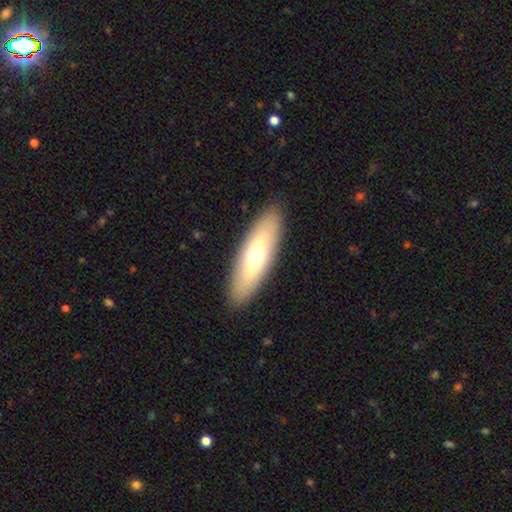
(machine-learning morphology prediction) Smooth or featured? Predicted: smooth (p=0.58). How rounded? Predicted: in between (p=0.51). Merging? Predicted: none (p=0.90).